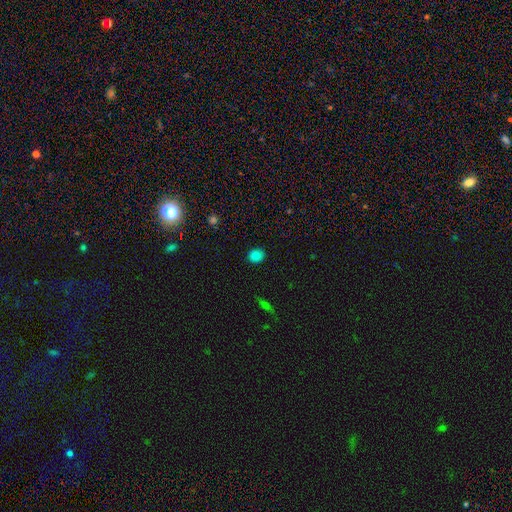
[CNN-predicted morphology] Smooth or featured? Predicted: smooth (p=0.83). How rounded? Predicted: round (p=0.64). Merging? Predicted: none (p=0.88).